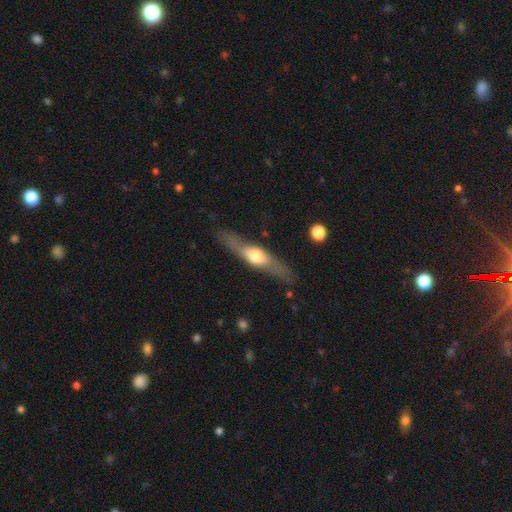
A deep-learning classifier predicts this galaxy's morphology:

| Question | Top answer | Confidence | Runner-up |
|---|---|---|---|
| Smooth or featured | featured or disk | 59% | smooth (36%) |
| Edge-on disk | yes | 82% | no (18%) |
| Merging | none | 80% | minor disturbance (13%) |